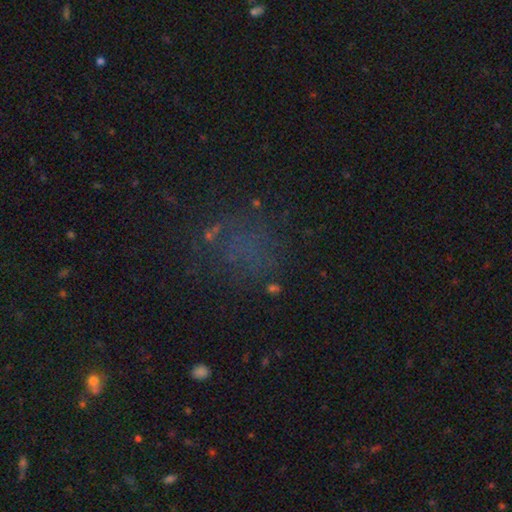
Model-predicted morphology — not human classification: Q: Smooth or featured?
A: smooth (42%); runner-up: star or artifact (41%)
Q: Merging?
A: none (66%); runner-up: minor disturbance (15%)